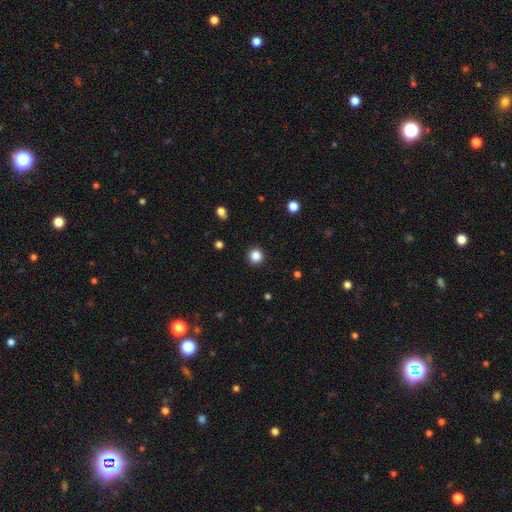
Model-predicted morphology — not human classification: smooth-or-featured: smooth: 85% | star or artifact: 12% | featured or disk: 3%
  how-rounded: round: 94% | in between: 5% | cigar-shaped: 1%
  merging: none: 92% | minor disturbance: 5% | major disturbance: 2% | merger: 1%